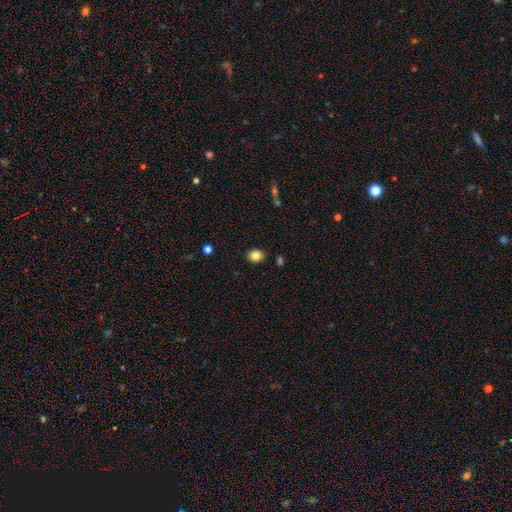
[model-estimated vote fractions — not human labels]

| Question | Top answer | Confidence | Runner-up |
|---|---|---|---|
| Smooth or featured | smooth | 84% | star or artifact (10%) |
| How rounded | in between | 53% | round (46%) |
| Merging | none | 87% | minor disturbance (9%) |